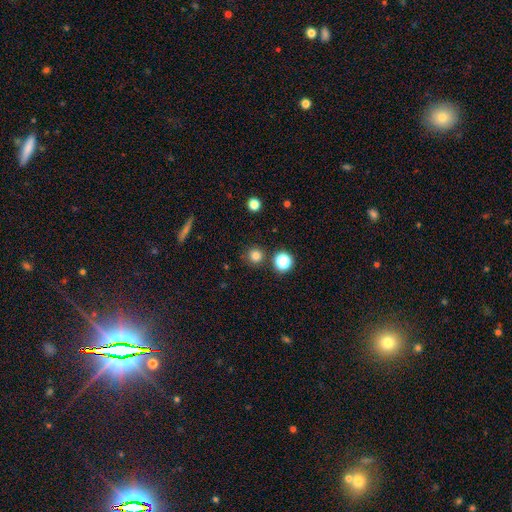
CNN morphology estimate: Smooth or featured?
  - smooth: 80% *
  - star or artifact: 16%
  - featured or disk: 4%
How rounded?
  - round: 95% *
  - in between: 4%
  - cigar-shaped: 1%
Merging?
  - none: 86% *
  - minor disturbance: 7%
  - merger: 5%
  - major disturbance: 3%